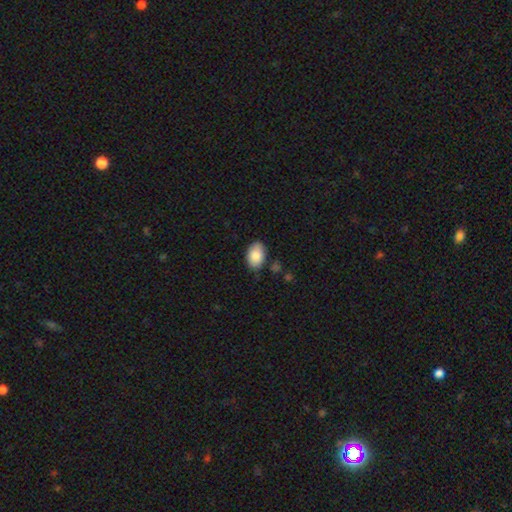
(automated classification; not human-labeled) smooth 87%, star or artifact 6%, featured or disk 6%. Down the decision tree: how rounded — in between (90%); merging — none (80%).